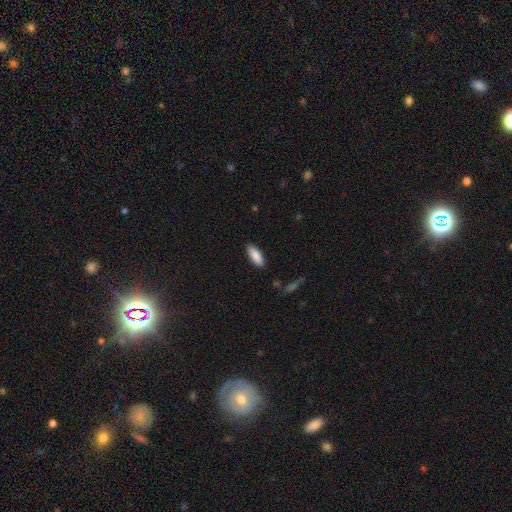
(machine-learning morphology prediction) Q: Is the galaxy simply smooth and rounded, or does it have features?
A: smooth — 88%.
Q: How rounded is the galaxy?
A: in between — 73%.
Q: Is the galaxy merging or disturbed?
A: none — 87%.